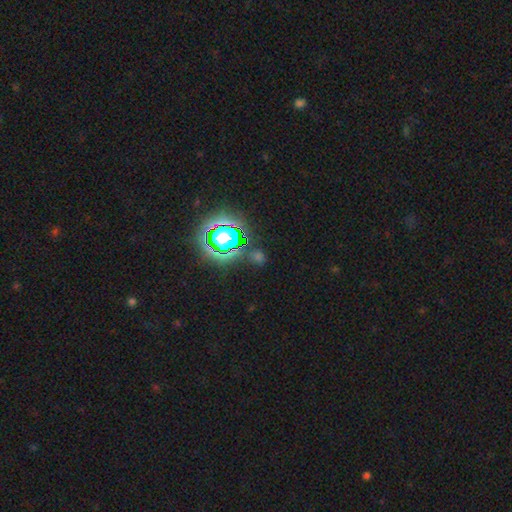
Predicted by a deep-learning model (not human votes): star or artifact 65%, smooth 25%, featured or disk 10%.